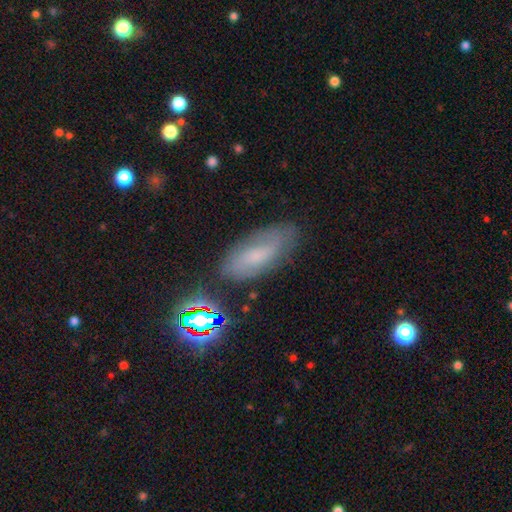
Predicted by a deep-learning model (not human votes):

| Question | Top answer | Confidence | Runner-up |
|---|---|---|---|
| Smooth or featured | smooth | 48% | featured or disk (36%) |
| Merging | none | 72% | minor disturbance (20%) |